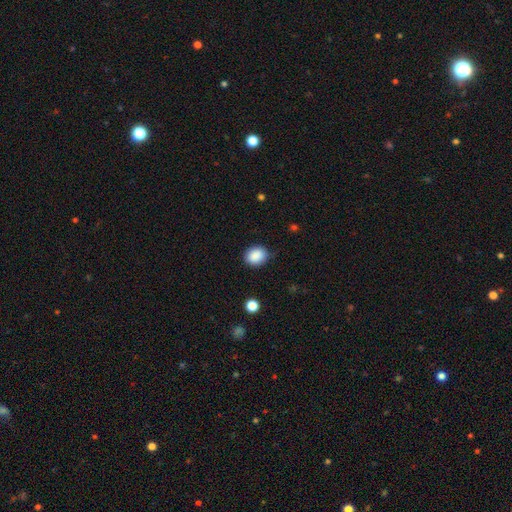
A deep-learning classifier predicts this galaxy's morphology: type=smooth (89%); roundness=round (56%); merging=none (79%).